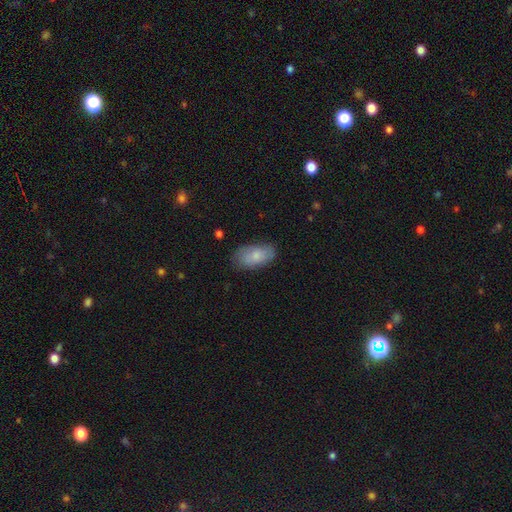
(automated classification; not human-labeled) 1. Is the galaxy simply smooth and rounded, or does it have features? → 79% smooth, 15% featured or disk, 6% star or artifact.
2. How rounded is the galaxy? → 93% in between, 3% cigar-shaped, 3% round.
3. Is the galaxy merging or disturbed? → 75% none, 19% minor disturbance, 4% major disturbance, 1% merger.